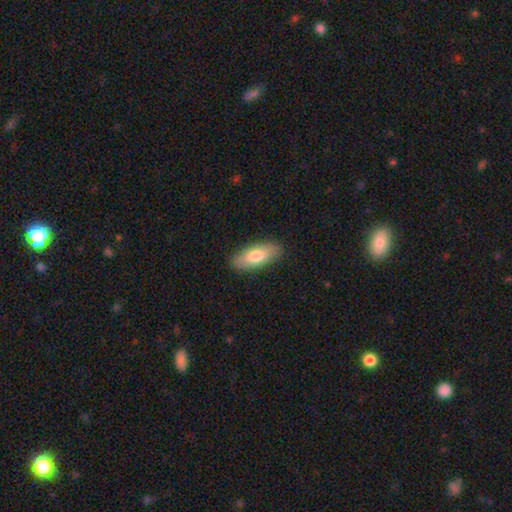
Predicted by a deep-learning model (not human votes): Smooth or featured?
  - smooth: 76% *
  - featured or disk: 18%
  - star or artifact: 6%
How rounded?
  - in between: 80% *
  - cigar-shaped: 18%
  - round: 2%
Merging?
  - none: 88% *
  - minor disturbance: 9%
  - major disturbance: 2%
  - merger: 1%